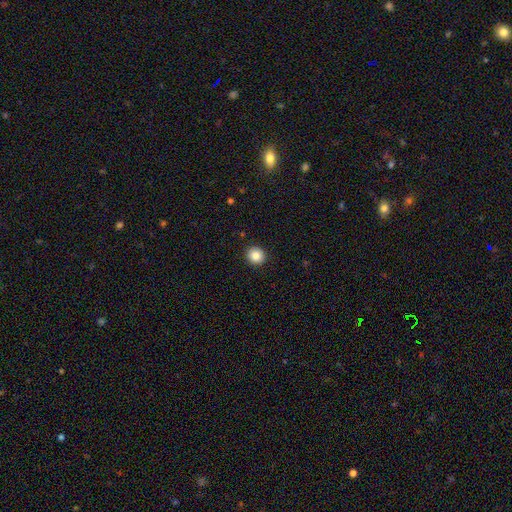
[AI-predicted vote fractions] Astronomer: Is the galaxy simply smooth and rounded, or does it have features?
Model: smooth — 85%.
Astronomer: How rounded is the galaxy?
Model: round — 91%.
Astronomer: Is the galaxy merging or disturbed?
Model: none — 92%.